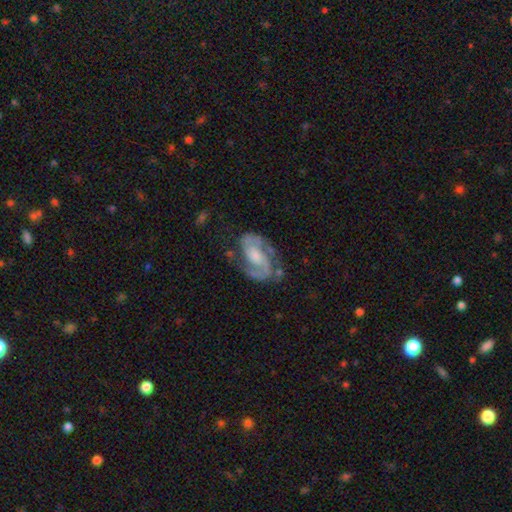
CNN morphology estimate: A featured or disk galaxy (88%) with no bar (45%), 2 (90%) medium (55%) spiral arms (97%) and a moderate central bulge (42%). Merging: none (69%).